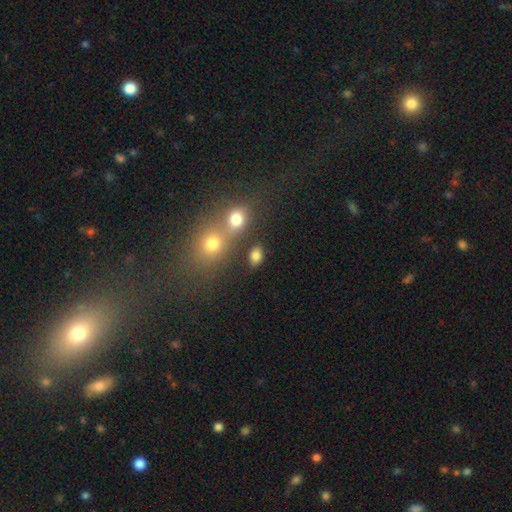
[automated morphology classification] smooth_or_featured: smooth (p=0.82) [alt: star or artifact p=0.12]
how_rounded: in between (p=0.75) [alt: round p=0.23]
merging: none (p=0.70) [alt: merger p=0.15]